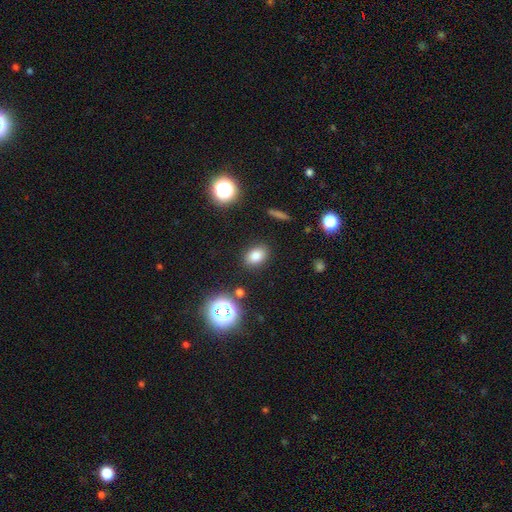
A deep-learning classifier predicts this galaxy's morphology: A smooth galaxy with no disk features (78%) that is in between round and cigar-shaped (72%).

Vote fractions:
- Smooth or featured? smooth: 78% / star or artifact: 14% / featured or disk: 7%
- How rounded? in between: 72% / round: 26% / cigar-shaped: 2%
- Merging? none: 86% / minor disturbance: 9% / major disturbance: 3% / merger: 2%